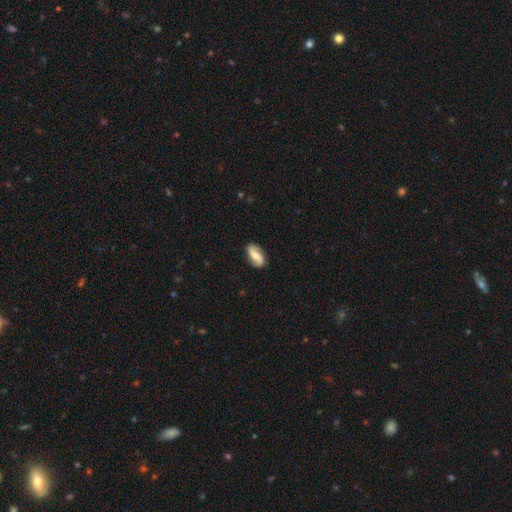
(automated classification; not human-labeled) Overall: featured or disk (64%; smooth 30%). Edge-on disk: no (94%). Bar: weak (36%, tied with no). Spiral arms: yes (90%). Spiral arm count: 2 (92%). Spiral winding: loose (66%). Bulge size: moderate (55%; small 30%). Merging: none (85%).